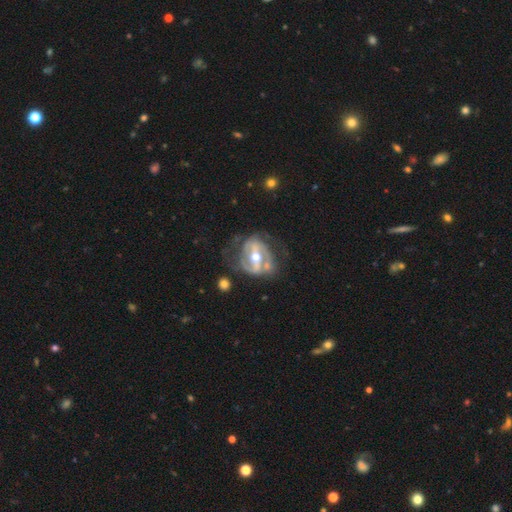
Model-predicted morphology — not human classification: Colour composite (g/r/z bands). It shows a featured or disk galaxy (82%) with a strong bar (56%), 2 (67%) medium (39%) spiral arms (71%) and a moderate central bulge (72%). Merging: none (53%).